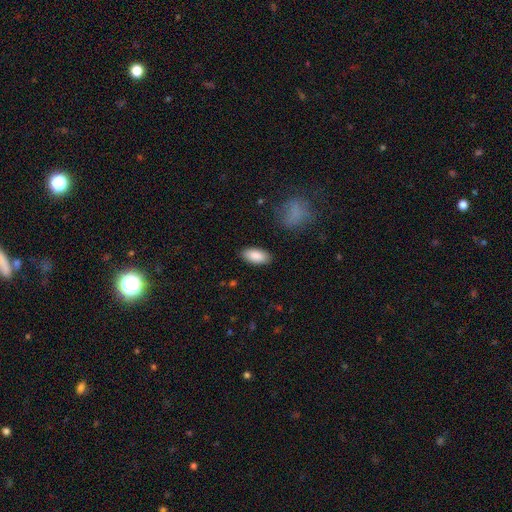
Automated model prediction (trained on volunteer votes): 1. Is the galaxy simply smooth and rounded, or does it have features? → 88% smooth, 6% star or artifact, 6% featured or disk.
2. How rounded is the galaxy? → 91% in between, 6% cigar-shaped, 2% round.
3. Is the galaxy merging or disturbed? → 87% none, 9% minor disturbance, 2% major disturbance, 1% merger.